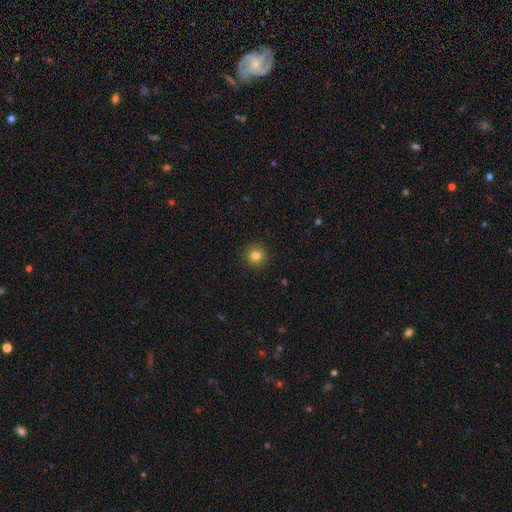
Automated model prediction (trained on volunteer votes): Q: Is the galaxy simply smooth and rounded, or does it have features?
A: smooth — 82%.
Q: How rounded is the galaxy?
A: round — 94%.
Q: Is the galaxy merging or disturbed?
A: none — 92%.